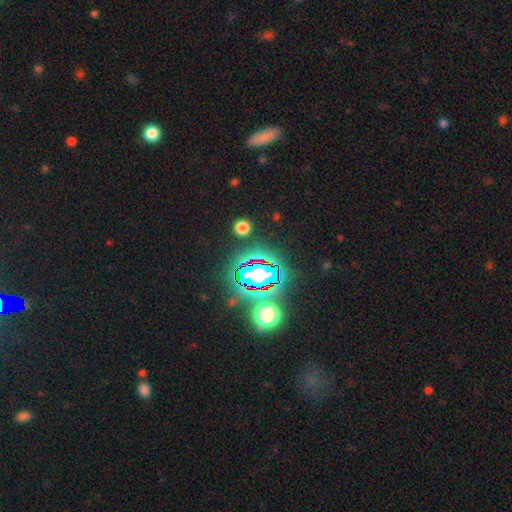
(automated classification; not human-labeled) smooth_or_featured: star or artifact (p=0.81) [alt: smooth p=0.12]